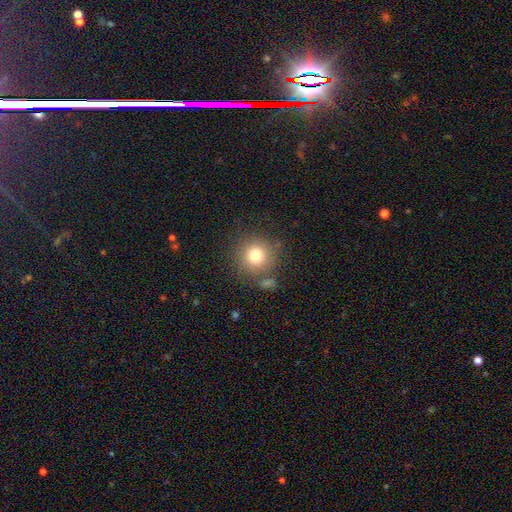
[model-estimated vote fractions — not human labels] Smooth or featured?
  - smooth: 76% *
  - star or artifact: 13%
  - featured or disk: 10%
How rounded?
  - round: 94% *
  - in between: 5%
  - cigar-shaped: 1%
Merging?
  - none: 79% *
  - minor disturbance: 9%
  - merger: 7%
  - major disturbance: 4%